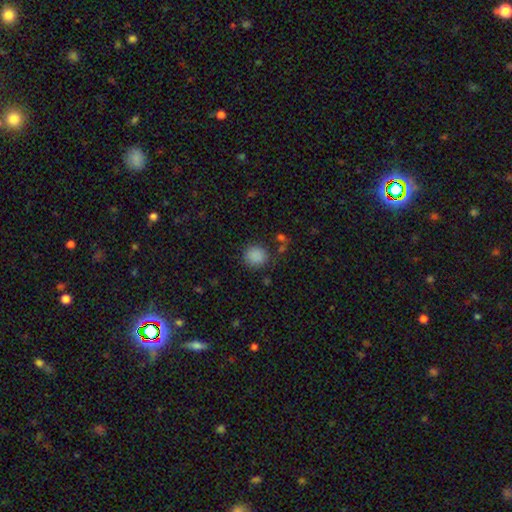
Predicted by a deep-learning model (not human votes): smooth_or_featured: smooth (p=0.87) [alt: star or artifact p=0.10]
how_rounded: round (p=0.86) [alt: in between p=0.13]
merging: none (p=0.83) [alt: minor disturbance p=0.11]